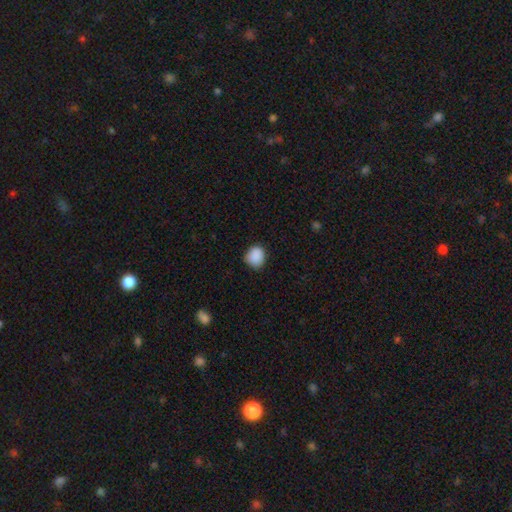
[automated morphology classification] Smooth or featured?
  - smooth: 89% *
  - star or artifact: 8%
  - featured or disk: 3%
How rounded?
  - round: 72% *
  - in between: 27%
  - cigar-shaped: 1%
Merging?
  - none: 78% *
  - minor disturbance: 18%
  - major disturbance: 3%
  - merger: 1%